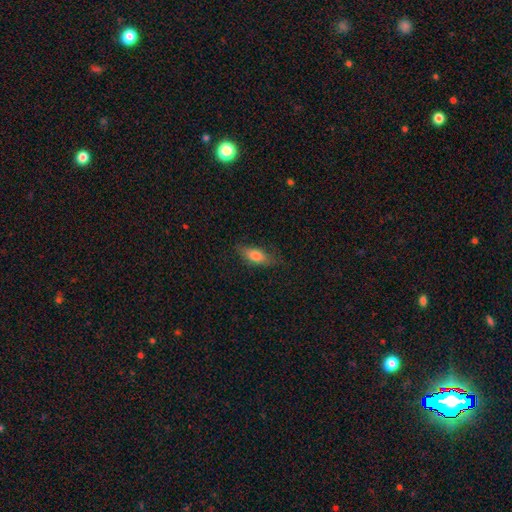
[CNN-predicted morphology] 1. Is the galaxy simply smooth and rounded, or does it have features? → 75% smooth, 18% featured or disk, 7% star or artifact.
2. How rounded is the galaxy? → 74% in between, 22% cigar-shaped, 3% round.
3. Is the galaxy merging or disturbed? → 74% none, 20% minor disturbance, 5% major disturbance, 1% merger.